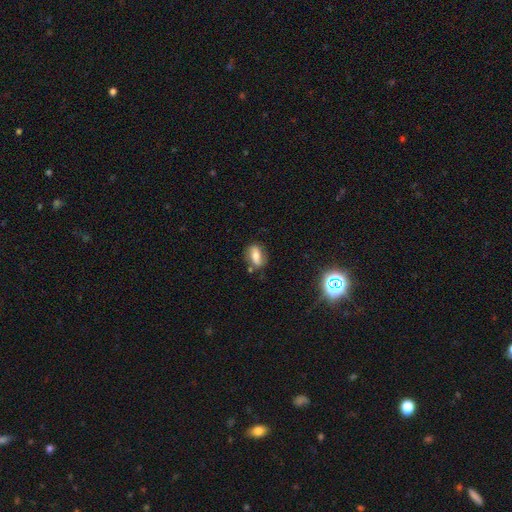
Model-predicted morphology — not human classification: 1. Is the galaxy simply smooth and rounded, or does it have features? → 54% smooth, 36% featured or disk, 10% star or artifact.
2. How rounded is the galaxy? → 76% in between, 14% round, 10% cigar-shaped.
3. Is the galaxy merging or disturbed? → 69% none, 20% minor disturbance, 6% major disturbance, 6% merger.